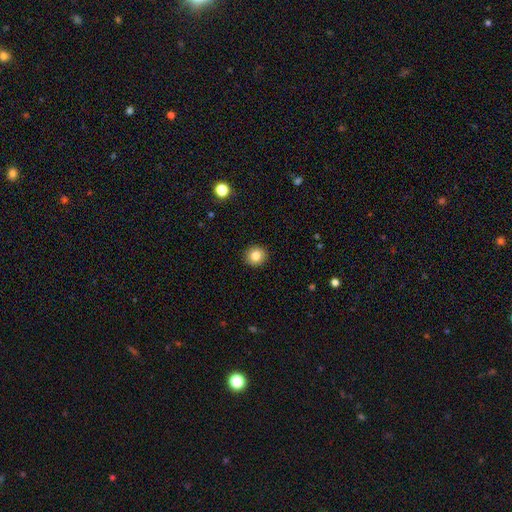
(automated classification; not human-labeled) smooth-or-featured: smooth: 84% | star or artifact: 10% | featured or disk: 6%
  how-rounded: round: 88% | in between: 11% | cigar-shaped: 1%
  merging: none: 92% | minor disturbance: 5% | major disturbance: 2% | merger: 1%